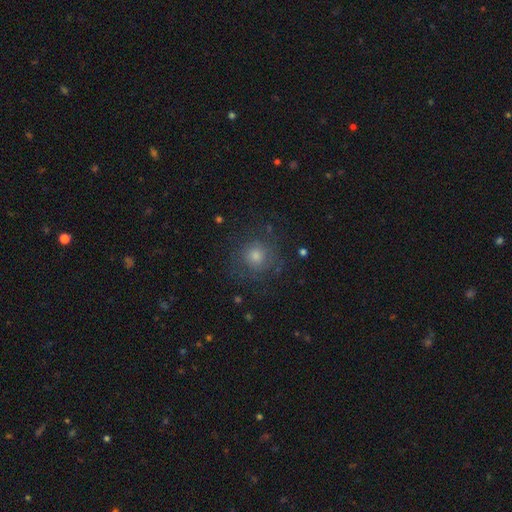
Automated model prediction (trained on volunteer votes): A smooth galaxy with no disk features (57%) that is round (91%).

Vote fractions:
- Smooth or featured? smooth: 57% / featured or disk: 23% / star or artifact: 20%
- How rounded? round: 91% / in between: 8% / cigar-shaped: 1%
- Merging? none: 78% / minor disturbance: 13% / major disturbance: 8% / merger: 1%